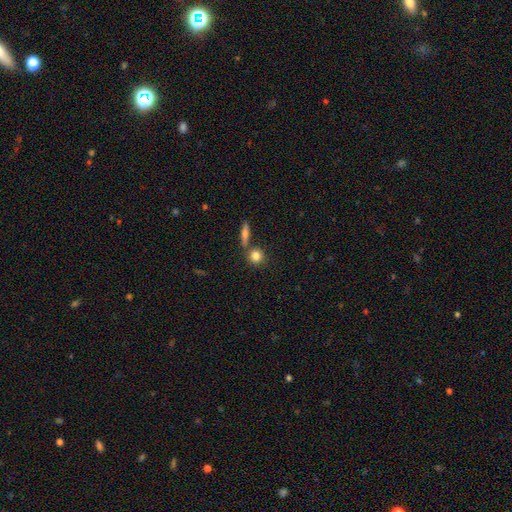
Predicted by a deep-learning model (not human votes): Morphology: type=smooth (81%); roundness=round (83%); merging=none (69%).